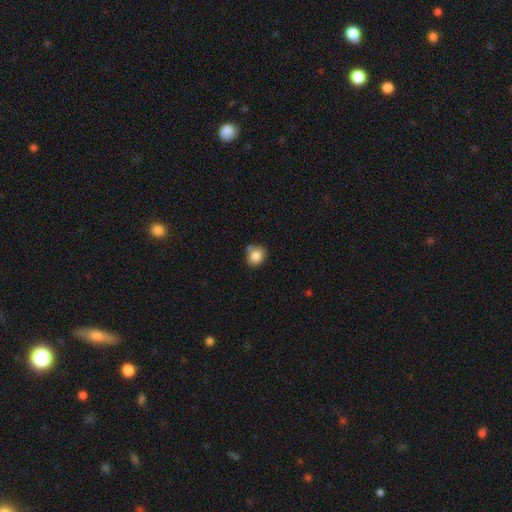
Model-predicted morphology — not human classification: This appears to be a smooth galaxy with no disk features (84%) that is round (66%). Merging: none (70%).